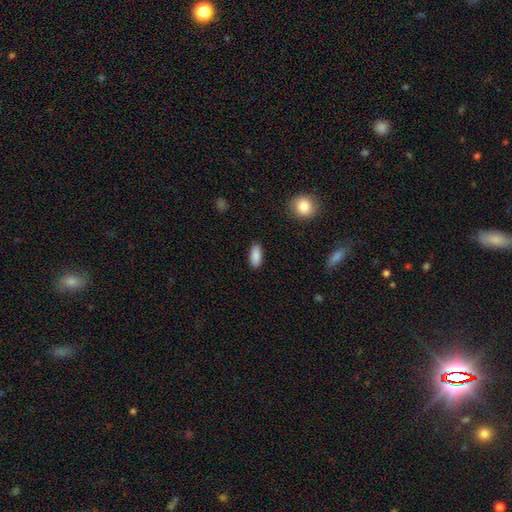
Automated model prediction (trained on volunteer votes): Morphology: type=smooth (89%); roundness=in between (84%); merging=none (87%).